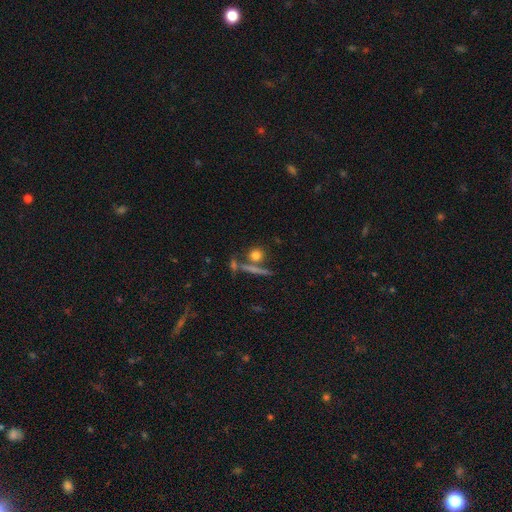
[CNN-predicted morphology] The model was most divided on "merging": none: 66%, merger: 20%, minor disturbance: 9%, major disturbance: 5%. More confident: how rounded — round (77%); smooth or featured — smooth (72%).